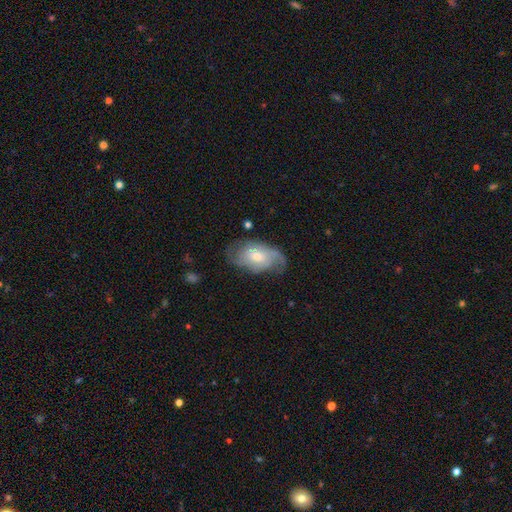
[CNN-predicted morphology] Smooth or featured? Predicted: featured or disk (p=0.61). Edge-on disk? Predicted: no (p=0.93). Bar? Predicted: no (p=0.68). Spiral arms? Predicted: yes (p=0.82). Bulge size? Predicted: moderate (p=0.52). Merging? Predicted: none (p=0.60).